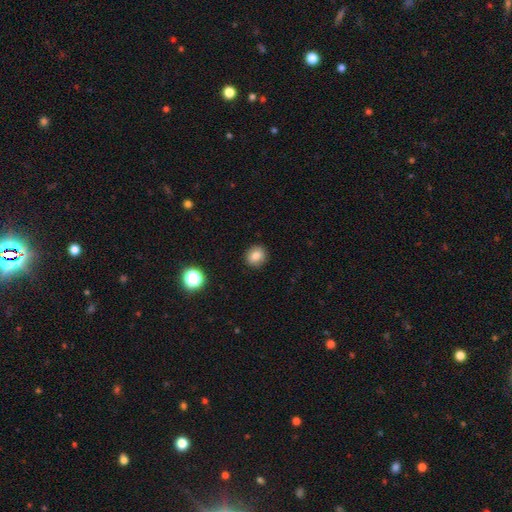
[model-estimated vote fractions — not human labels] Smooth or featured? Predicted: smooth (p=0.83). How rounded? Predicted: round (p=0.82). Merging? Predicted: none (p=0.90).